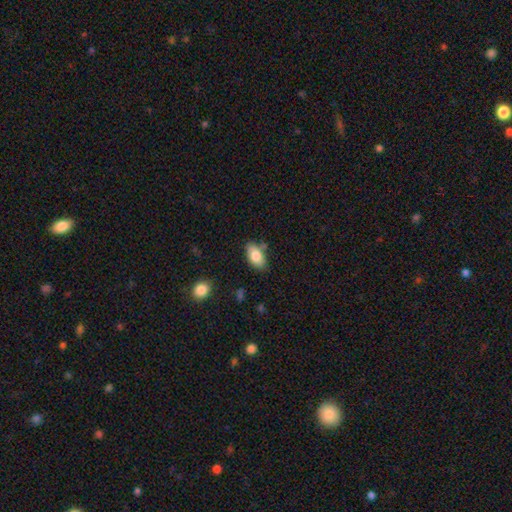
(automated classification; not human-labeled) Smooth or featured?
  - smooth: 83% *
  - featured or disk: 11%
  - star or artifact: 7%
How rounded?
  - in between: 93% *
  - round: 4%
  - cigar-shaped: 3%
Merging?
  - none: 75% *
  - minor disturbance: 17%
  - merger: 5%
  - major disturbance: 3%